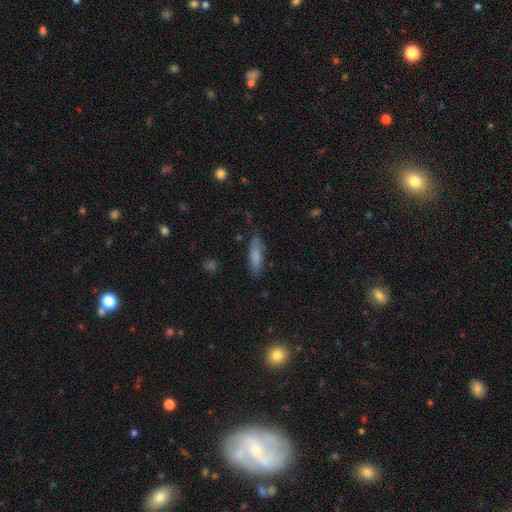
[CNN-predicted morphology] A smooth galaxy with no disk features (81%) that is cigar-shaped (57%). Merging: none (81%).